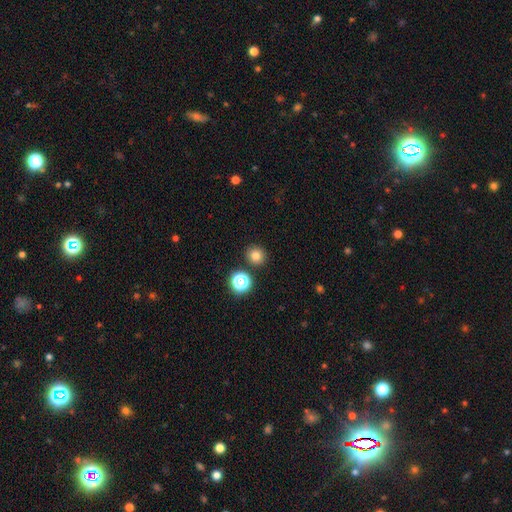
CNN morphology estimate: smooth-or-featured: smooth: 80% | star or artifact: 15% | featured or disk: 6%
  how-rounded: round: 86% | in between: 13% | cigar-shaped: 1%
  merging: none: 87% | minor disturbance: 6% | merger: 5% | major disturbance: 2%